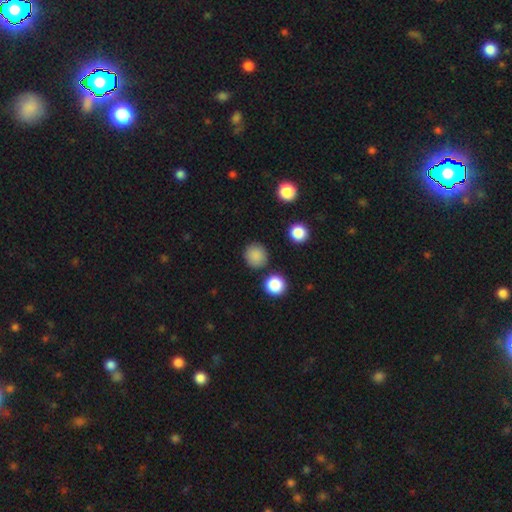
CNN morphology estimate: The model was most divided on "smooth or featured": smooth: 85%, star or artifact: 11%, featured or disk: 4%. More confident: how rounded — round (92%); merging — none (85%).